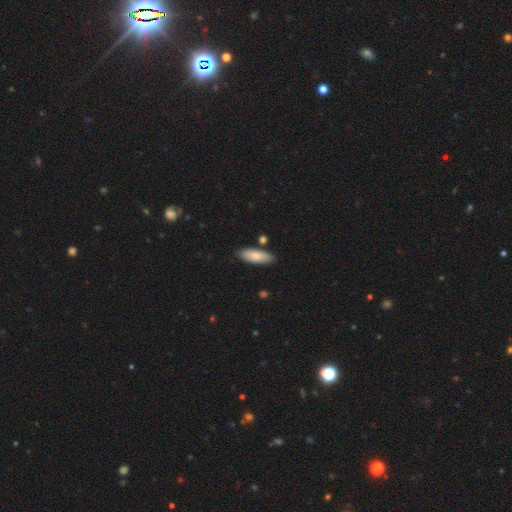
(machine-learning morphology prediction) Smooth or featured? smooth (80%)
How rounded? in between (68%)
Merging? none (85%)